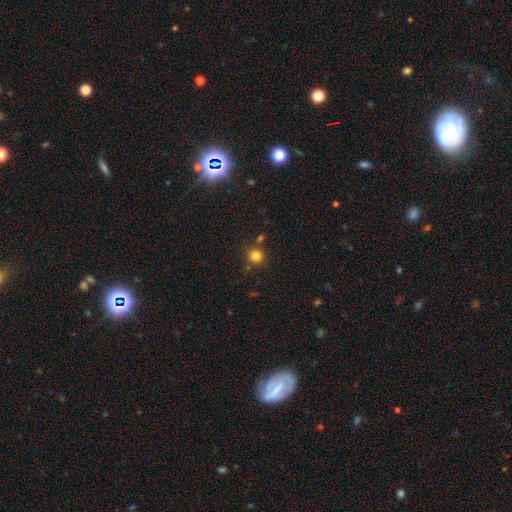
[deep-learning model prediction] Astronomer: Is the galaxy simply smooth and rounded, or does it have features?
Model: smooth — 81%.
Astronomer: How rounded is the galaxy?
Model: round — 93%.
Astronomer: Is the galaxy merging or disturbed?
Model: none — 81%.